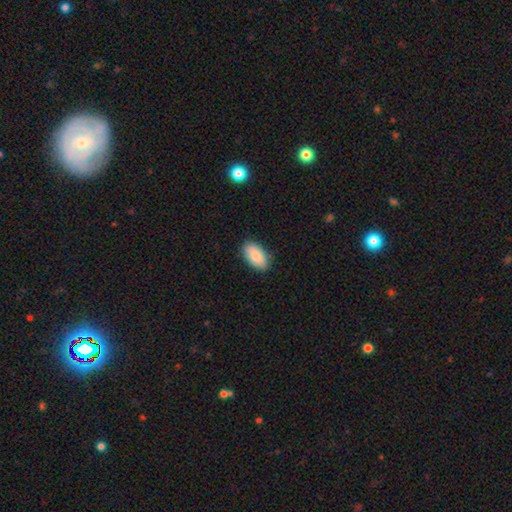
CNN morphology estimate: smooth 87%, featured or disk 7%, star or artifact 6%. Down the decision tree: how rounded — in between (95%); merging — none (86%).